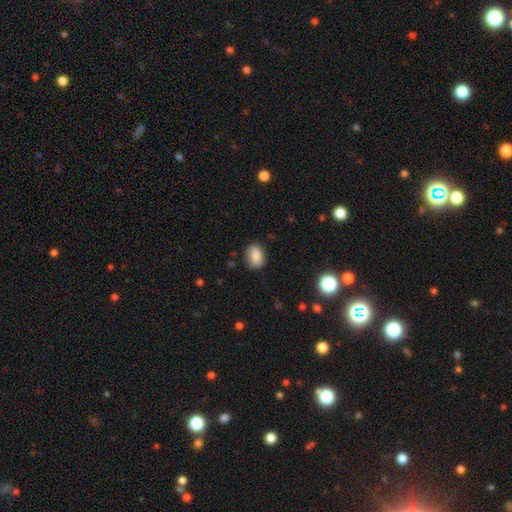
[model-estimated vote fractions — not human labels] This is clearly a smooth galaxy (82%). How rounded: possibly in between (60%). Merging: clearly none (80%).